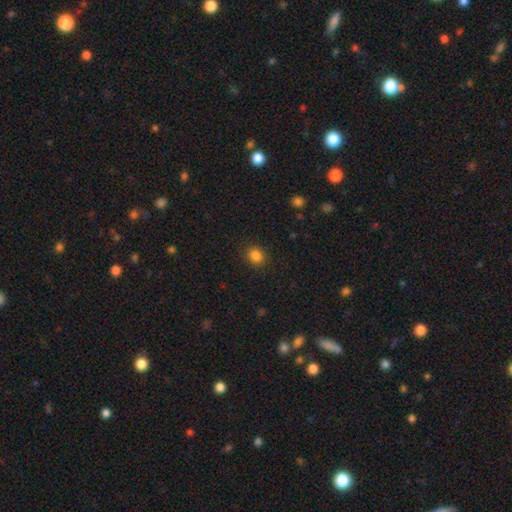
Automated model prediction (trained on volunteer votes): Smooth or featured: smooth — 84% (star or artifact — 12%)
How rounded: round — 67% (in between — 32%)
Merging: none — 88% (minor disturbance — 8%)